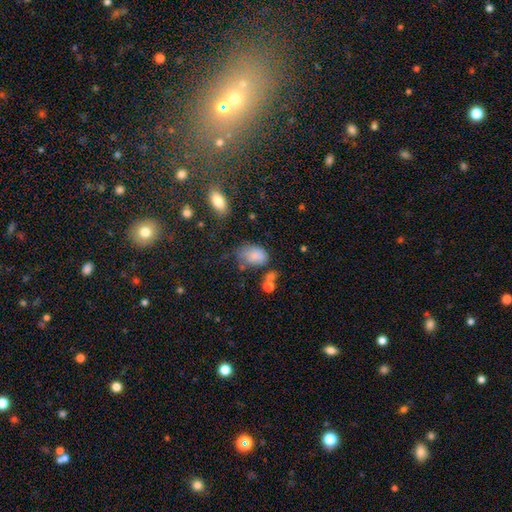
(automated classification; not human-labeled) This is likely a smooth galaxy (79%). How rounded: clearly in between (84%). Merging: marginally none (40%).